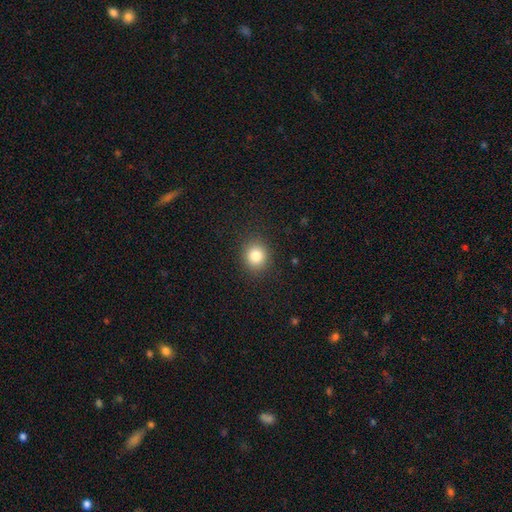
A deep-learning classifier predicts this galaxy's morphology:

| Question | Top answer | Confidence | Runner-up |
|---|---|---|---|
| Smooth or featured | smooth | 82% | star or artifact (11%) |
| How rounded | round | 82% | in between (18%) |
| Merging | none | 90% | minor disturbance (7%) |